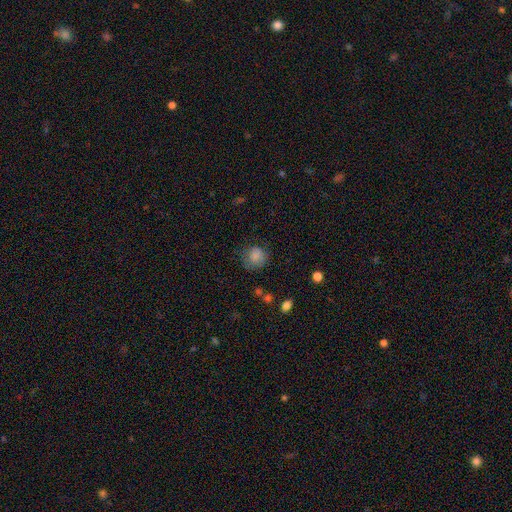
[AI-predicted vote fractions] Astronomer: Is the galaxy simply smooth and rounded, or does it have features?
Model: smooth — 83%.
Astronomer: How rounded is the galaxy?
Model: round — 84%.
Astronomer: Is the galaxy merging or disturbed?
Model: none — 68%.